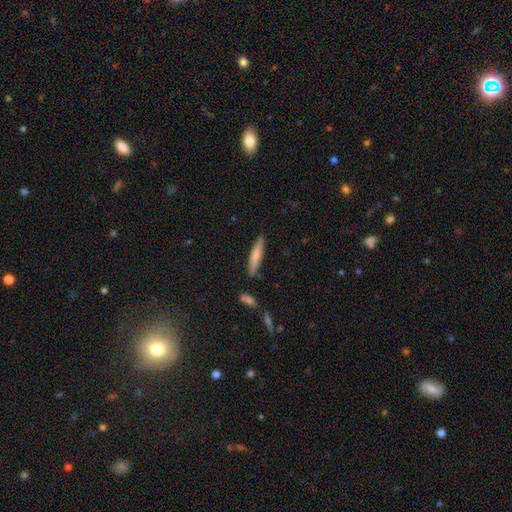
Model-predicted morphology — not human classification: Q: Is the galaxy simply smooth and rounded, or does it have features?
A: smooth — 74%.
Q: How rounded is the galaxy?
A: cigar-shaped — 87%.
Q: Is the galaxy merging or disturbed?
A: none — 86%.